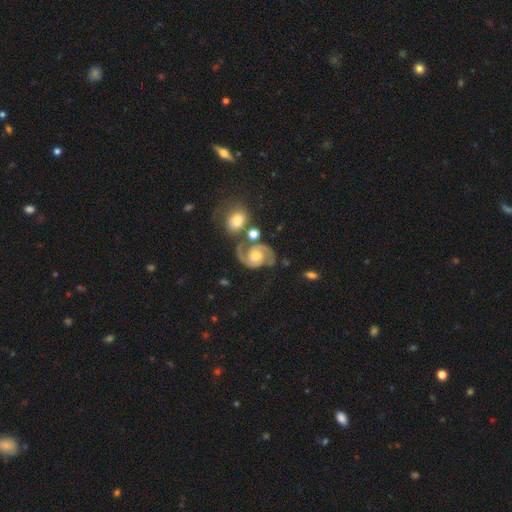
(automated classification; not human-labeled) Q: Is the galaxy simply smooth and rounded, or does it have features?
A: featured or disk — 90%.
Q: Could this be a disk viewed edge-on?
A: no — 98%.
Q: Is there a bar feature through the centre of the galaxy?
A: no — 66%.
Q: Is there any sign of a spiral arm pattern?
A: yes — 98%.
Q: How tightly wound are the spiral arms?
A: medium — 57%.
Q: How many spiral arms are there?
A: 2 — 93%.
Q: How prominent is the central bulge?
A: moderate — 65%.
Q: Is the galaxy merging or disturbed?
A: none — 62%.